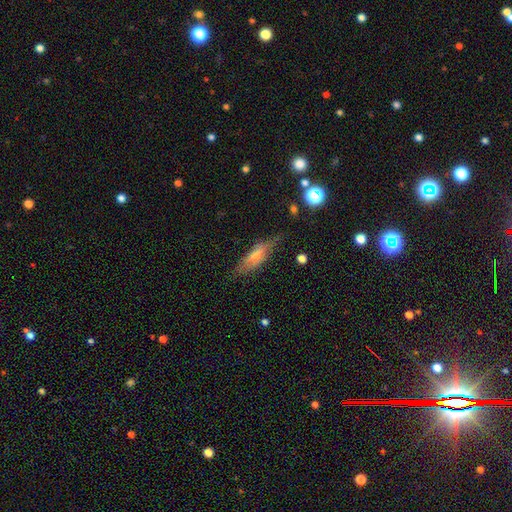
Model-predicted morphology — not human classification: smooth_or_featured: smooth (p=0.45) [tied with: featured or disk p=0.45]
merging: none (p=0.71) [alt: minor disturbance p=0.21]